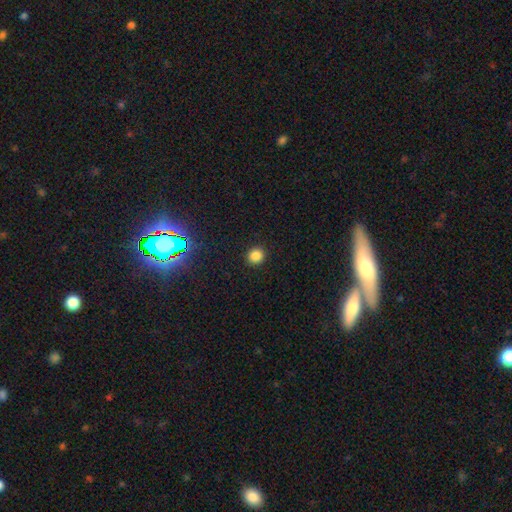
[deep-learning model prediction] Smooth or featured?
  - smooth: 83% *
  - star or artifact: 13%
  - featured or disk: 4%
How rounded?
  - round: 90% *
  - in between: 9%
  - cigar-shaped: 1%
Merging?
  - none: 92% *
  - minor disturbance: 5%
  - major disturbance: 2%
  - merger: 1%